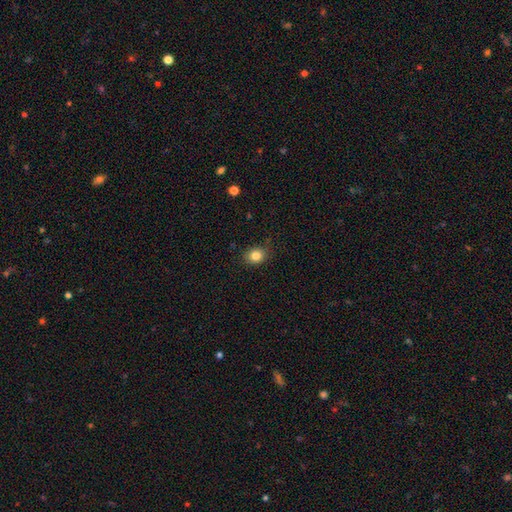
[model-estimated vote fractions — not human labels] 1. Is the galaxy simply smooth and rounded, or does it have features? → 84% smooth, 10% star or artifact, 5% featured or disk.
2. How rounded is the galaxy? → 61% round, 38% in between, 1% cigar-shaped.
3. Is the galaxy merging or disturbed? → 84% none, 12% minor disturbance, 3% major disturbance, 1% merger.